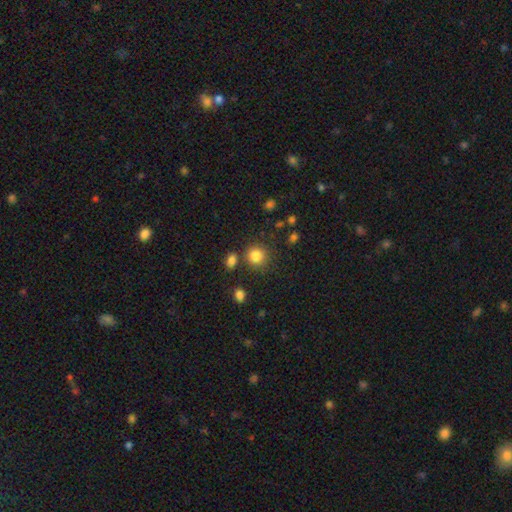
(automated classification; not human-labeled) Smooth or featured? smooth (84%)
How rounded? round (87%)
Merging? none (79%)